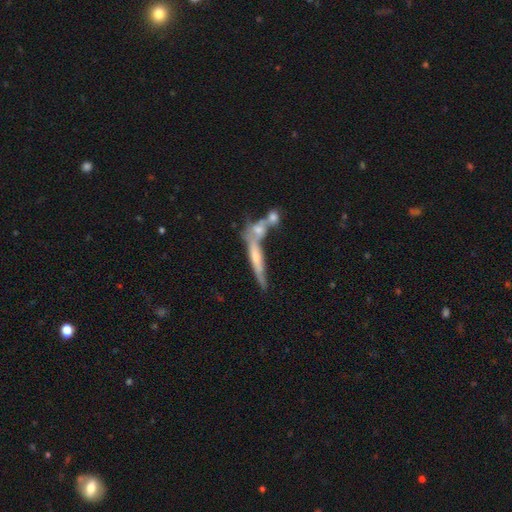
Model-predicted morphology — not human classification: A featured or disk galaxy (60%) viewed edge-on (78%). Merging: none (40%).